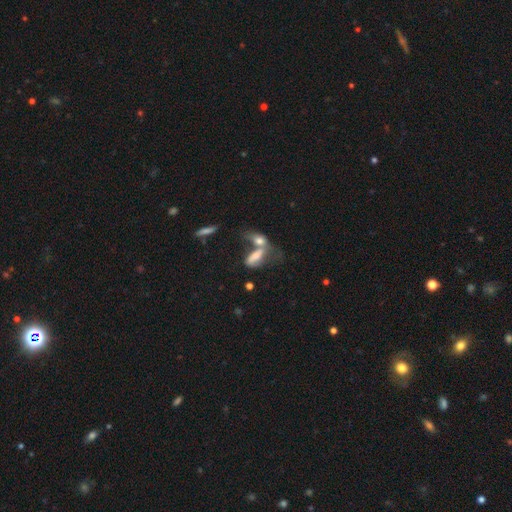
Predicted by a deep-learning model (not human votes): The model was most divided on "smooth or featured": smooth: 55%, featured or disk: 33%, star or artifact: 12%. More confident: how rounded — in between (75%); merging — merger (64%).